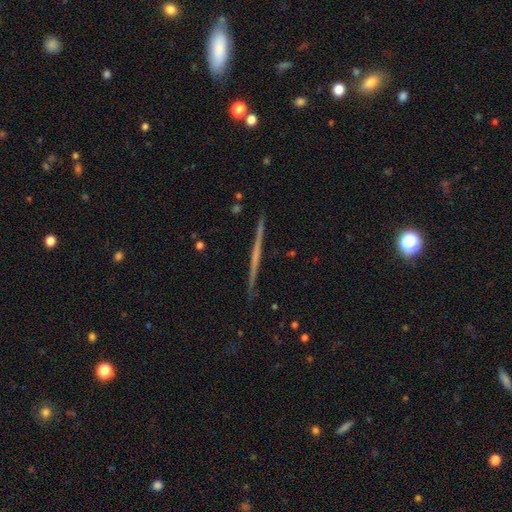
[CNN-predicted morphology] Smooth or featured? Predicted: featured or disk (p=0.68). Edge-on disk? Predicted: yes (p=0.98). Edge-on bulge? Predicted: none (p=0.85). Merging? Predicted: none (p=0.91).